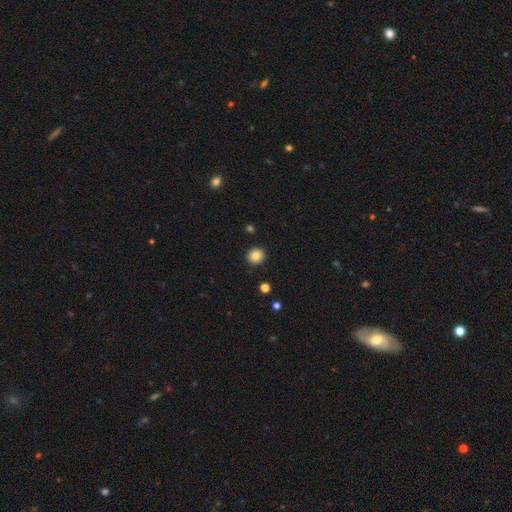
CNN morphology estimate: Smooth or featured?
  - smooth: 84% *
  - star or artifact: 10%
  - featured or disk: 6%
How rounded?
  - round: 89% *
  - in between: 10%
  - cigar-shaped: 1%
Merging?
  - none: 91% *
  - minor disturbance: 6%
  - major disturbance: 2%
  - merger: 1%